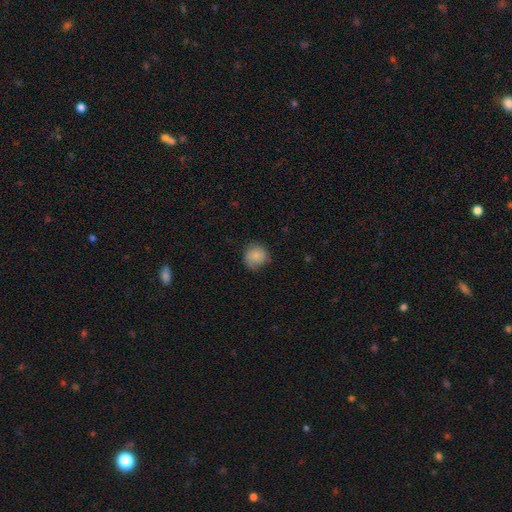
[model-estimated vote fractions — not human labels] Morphology: type=smooth (84%); roundness=round (88%); merging=none (75%).